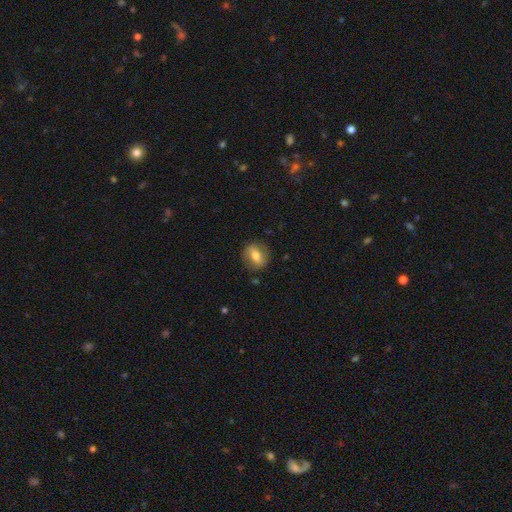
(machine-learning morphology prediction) This is likely a smooth galaxy (64%). How rounded: possibly round (50%). Merging: clearly none (82%).